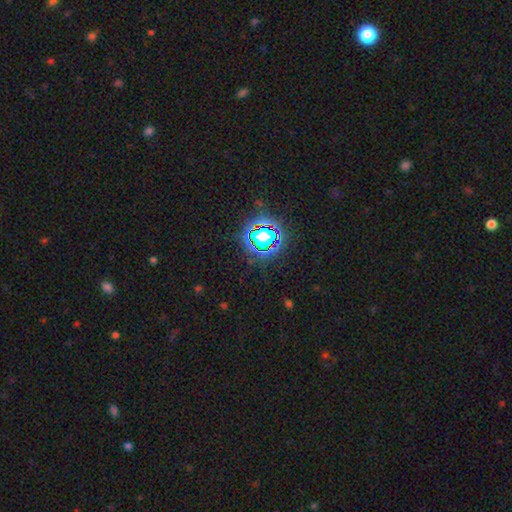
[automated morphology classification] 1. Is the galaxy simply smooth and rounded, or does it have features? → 83% star or artifact, 10% smooth, 6% featured or disk.